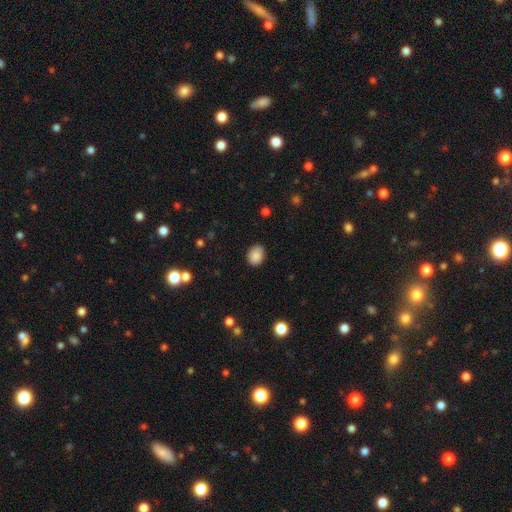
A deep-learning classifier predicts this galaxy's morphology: This appears to be a smooth galaxy with no disk features (87%) that is in between round and cigar-shaped (54%). Merging: none (85%).